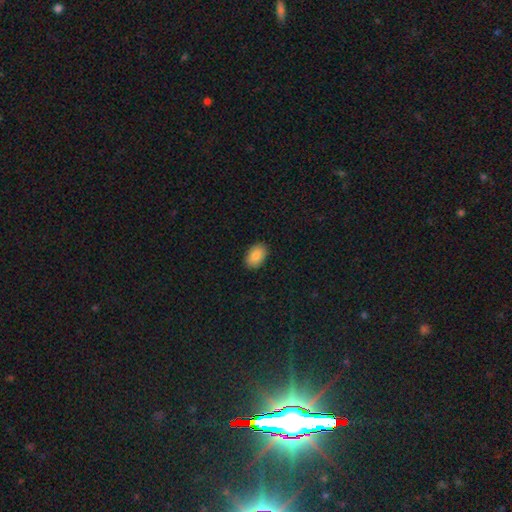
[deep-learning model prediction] smooth 86%, star or artifact 7%, featured or disk 7%. Down the decision tree: how rounded — in between (88%); merging — none (90%).